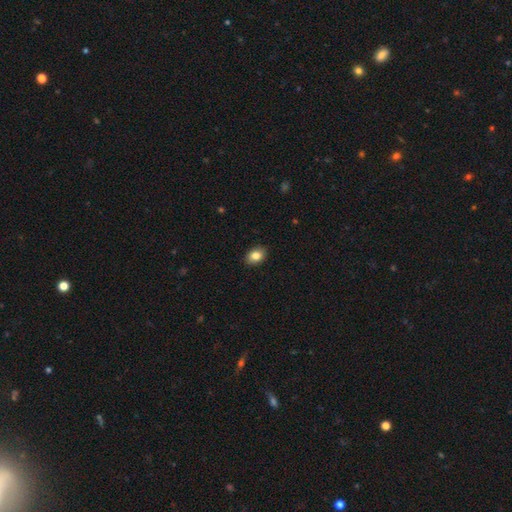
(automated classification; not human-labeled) The model was most divided on "how rounded": in between: 71%, round: 28%, cigar-shaped: 1%. More confident: merging — none (89%); smooth or featured — smooth (84%).